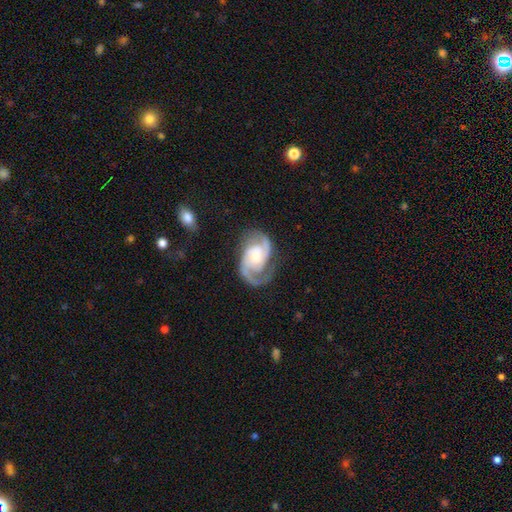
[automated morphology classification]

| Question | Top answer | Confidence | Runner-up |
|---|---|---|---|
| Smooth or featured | featured or disk | 91% | smooth (5%) |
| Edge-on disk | no | 98% | yes (2%) |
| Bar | no | 57% | weak (34%) |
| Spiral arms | yes | 98% | no (2%) |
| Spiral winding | medium | 51% | tight (38%) |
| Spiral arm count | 2 | 89% | 3 (3%) |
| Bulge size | moderate | 46% | small (38%) |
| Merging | none | 72% | minor disturbance (18%) |